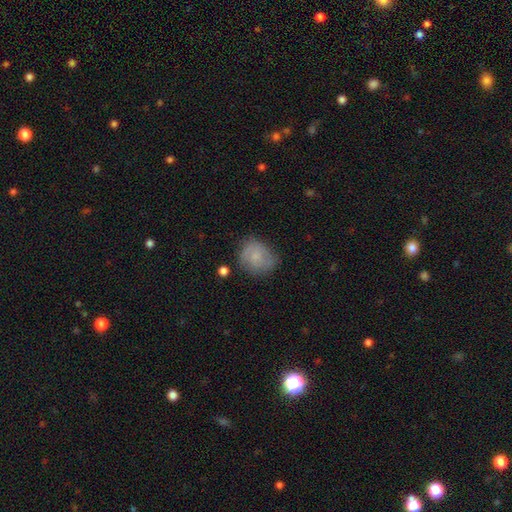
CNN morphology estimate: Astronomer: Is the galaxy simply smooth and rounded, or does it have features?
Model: smooth — 65%.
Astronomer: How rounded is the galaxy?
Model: round — 70%.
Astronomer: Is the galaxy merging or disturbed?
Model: none — 65%.